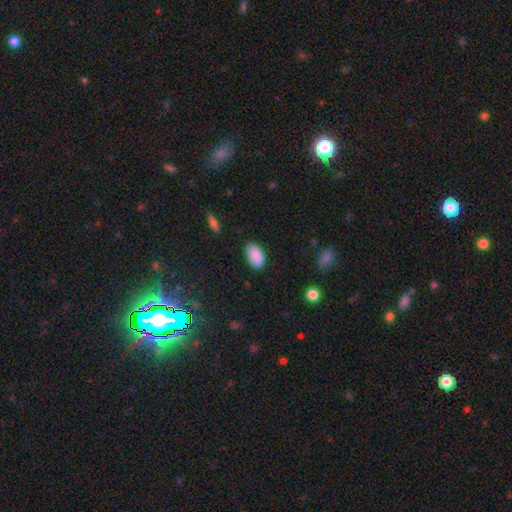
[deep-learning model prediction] smooth 90%, star or artifact 7%, featured or disk 3%. Down the decision tree: how rounded — in between (94%); merging — none (85%).